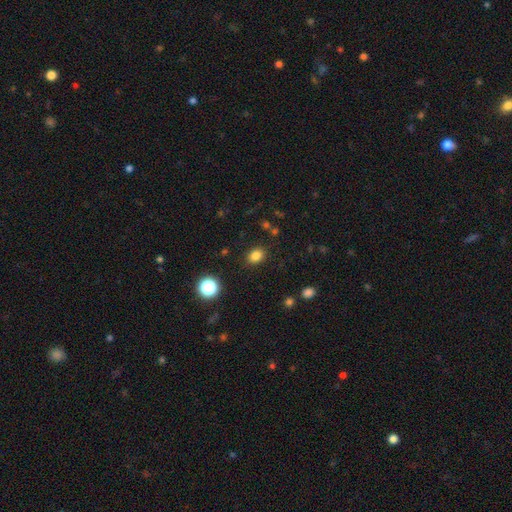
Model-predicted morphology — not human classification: Smooth or featured?
  - smooth: 82% *
  - star or artifact: 13%
  - featured or disk: 5%
How rounded?
  - in between: 54% *
  - round: 45%
  - cigar-shaped: 1%
Merging?
  - none: 86% *
  - minor disturbance: 9%
  - major disturbance: 3%
  - merger: 2%